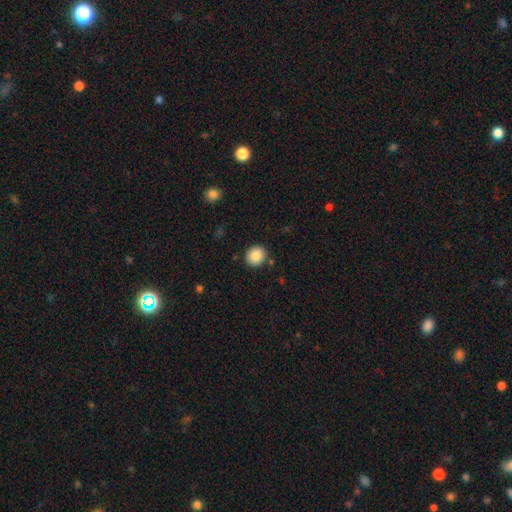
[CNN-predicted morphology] A smooth galaxy with no disk features (86%) that is round (84%).

Vote fractions:
- Smooth or featured? smooth: 86% / star or artifact: 9% / featured or disk: 5%
- How rounded? round: 84% / in between: 15% / cigar-shaped: 1%
- Merging? none: 88% / minor disturbance: 8% / merger: 3% / major disturbance: 2%